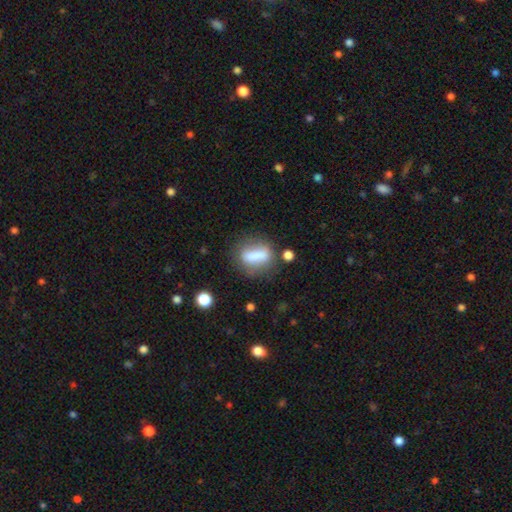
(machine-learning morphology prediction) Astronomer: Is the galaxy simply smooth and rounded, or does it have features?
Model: smooth — 68%.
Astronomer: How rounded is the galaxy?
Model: in between — 59%.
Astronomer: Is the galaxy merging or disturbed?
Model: none — 56%.